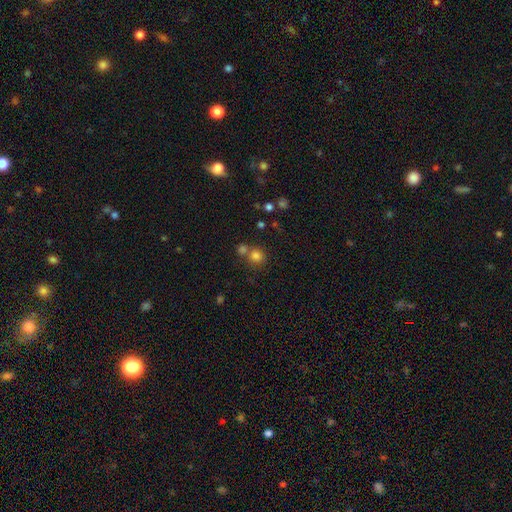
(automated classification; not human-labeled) smooth-or-featured: smooth: 79% | star or artifact: 14% | featured or disk: 7%
  how-rounded: round: 88% | in between: 11% | cigar-shaped: 1%
  merging: none: 60% | merger: 29% | minor disturbance: 8% | major disturbance: 3%